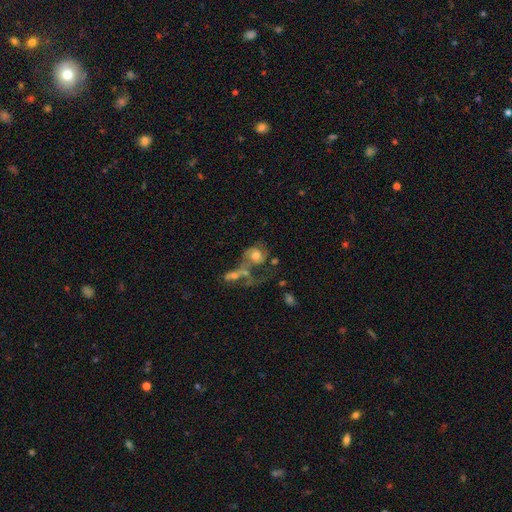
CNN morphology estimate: This appears to be a featured or disk galaxy (60%) with no bar (75%), spiral arms (74%) and a moderate central bulge (59%). Merging: merger (41%).